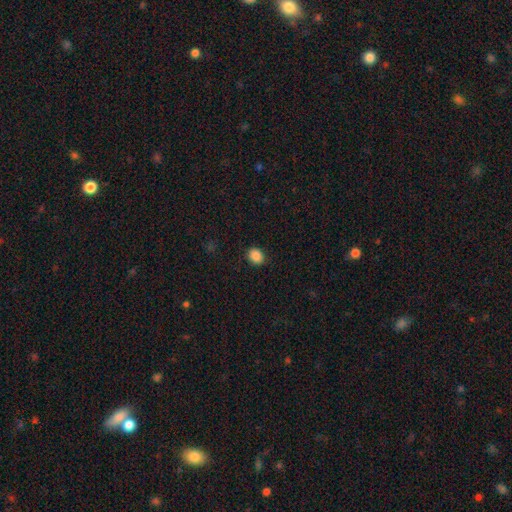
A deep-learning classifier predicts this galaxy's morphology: smooth 88%, star or artifact 9%, featured or disk 3%. Down the decision tree: how rounded — round (59%); merging — none (89%).